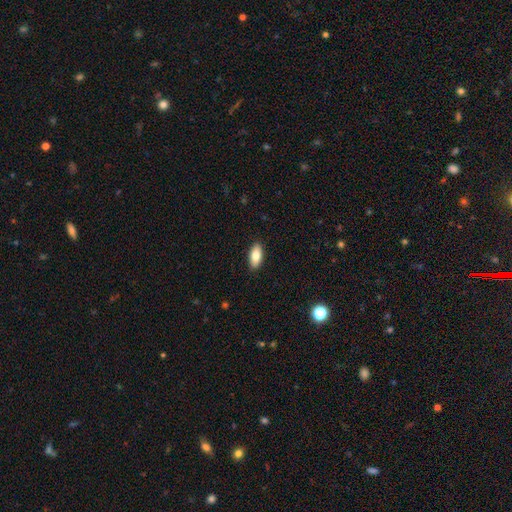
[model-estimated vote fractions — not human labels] A smooth galaxy with no disk features (80%) that is in between round and cigar-shaped (89%). Merging: none (89%).